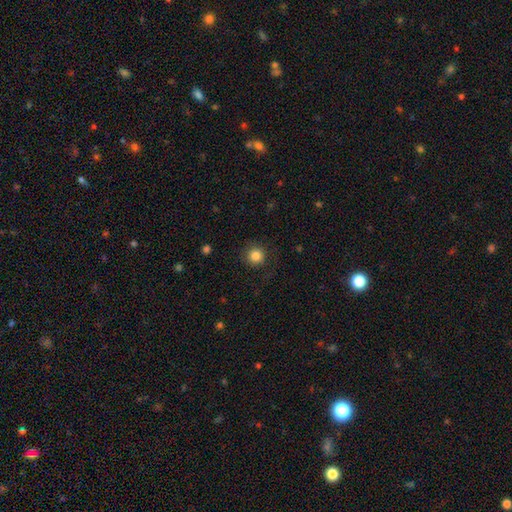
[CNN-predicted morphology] Overall: smooth (84%). How rounded: round (95%). Merging: none (86%).